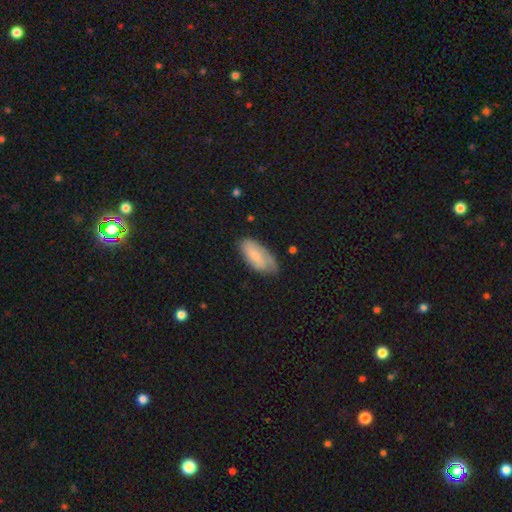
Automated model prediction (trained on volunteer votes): This is possibly a smooth galaxy (59%). How rounded: clearly in between (89%). Merging: likely none (64%).